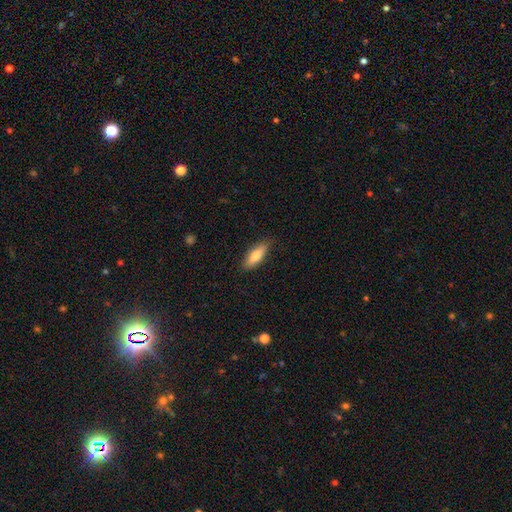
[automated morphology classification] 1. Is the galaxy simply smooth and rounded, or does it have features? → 76% smooth, 18% featured or disk, 6% star or artifact.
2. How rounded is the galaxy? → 53% in between, 45% cigar-shaped, 2% round.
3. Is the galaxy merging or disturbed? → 85% none, 12% minor disturbance, 2% major disturbance, 1% merger.